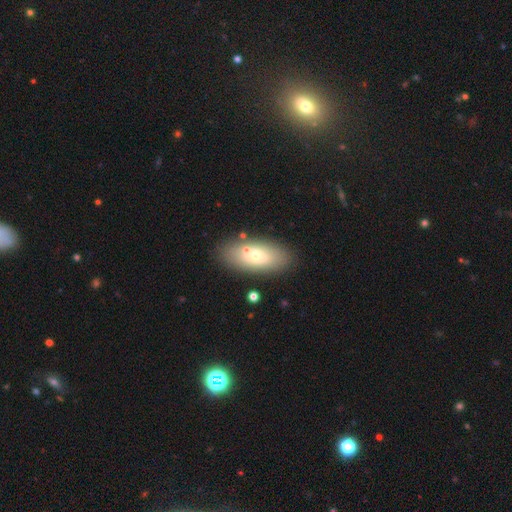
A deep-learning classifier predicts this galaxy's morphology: Smooth or featured?
  - smooth: 59% *
  - featured or disk: 32%
  - star or artifact: 8%
How rounded?
  - in between: 85% *
  - cigar-shaped: 9%
  - round: 5%
Merging?
  - none: 76% *
  - minor disturbance: 11%
  - merger: 9%
  - major disturbance: 4%